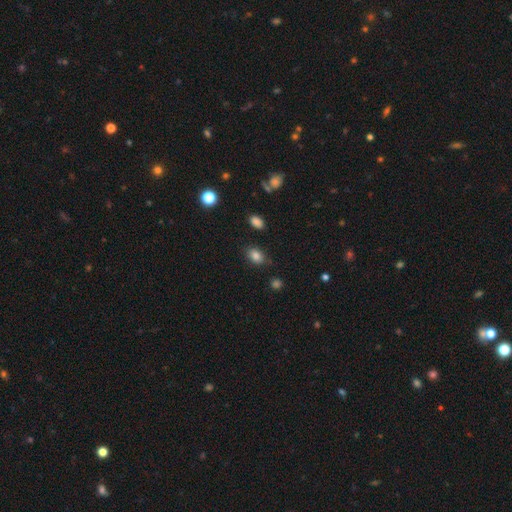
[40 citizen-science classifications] Smooth or featured?
  - smooth: 92% *
  - featured or disk: 5%
  - star or artifact: 2%
How rounded?
  - in between: 73% *
  - round: 27%
  - cigar-shaped: 0%
Merging?
  - none: 77% *
  - minor disturbance: 15%
  - major disturbance: 5%
  - merger: 3%